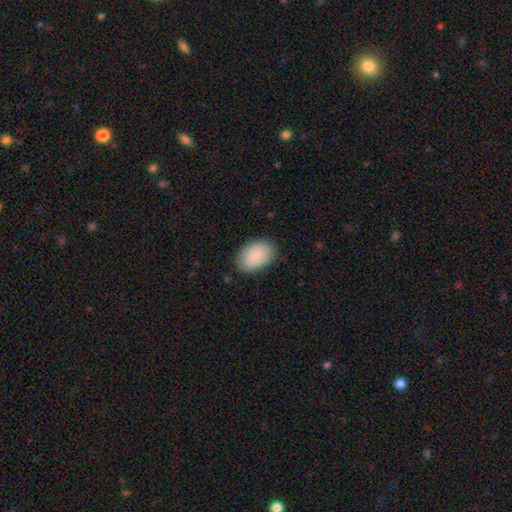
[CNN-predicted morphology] This appears to be a smooth galaxy with no disk features (86%) that is in between round and cigar-shaped (90%). Merging: none (84%).